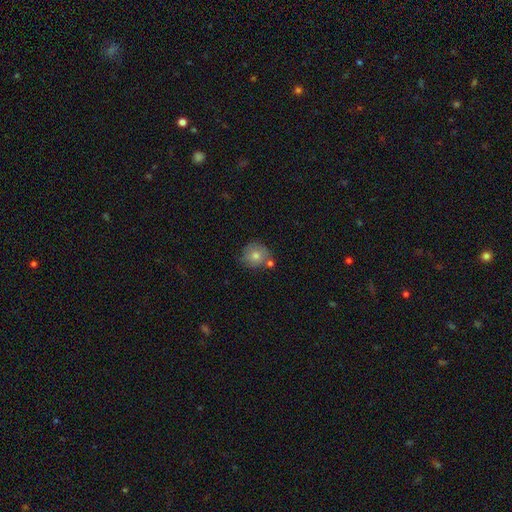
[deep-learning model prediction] Smooth or featured?
  - smooth: 69% *
  - featured or disk: 19%
  - star or artifact: 11%
How rounded?
  - round: 89% *
  - in between: 10%
  - cigar-shaped: 1%
Merging?
  - none: 68% *
  - minor disturbance: 16%
  - merger: 12%
  - major disturbance: 4%